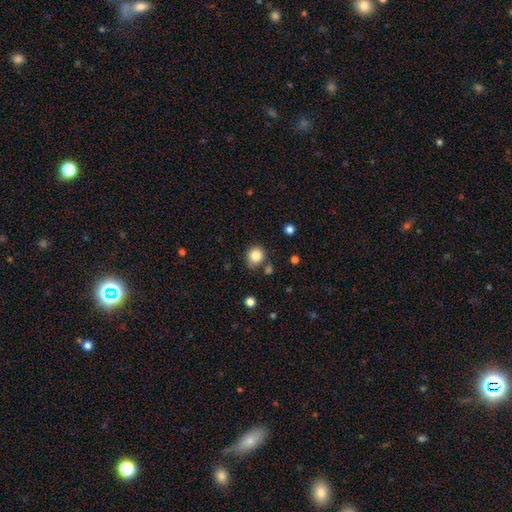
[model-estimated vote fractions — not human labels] Smooth or featured? smooth (84%)
How rounded? round (85%)
Merging? none (74%)